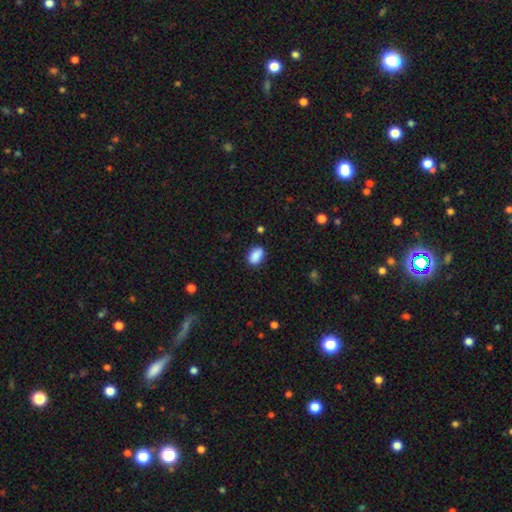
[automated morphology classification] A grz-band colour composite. It shows a smooth galaxy with no disk features (88%) that is in between round and cigar-shaped (85%). Merging: none (80%).